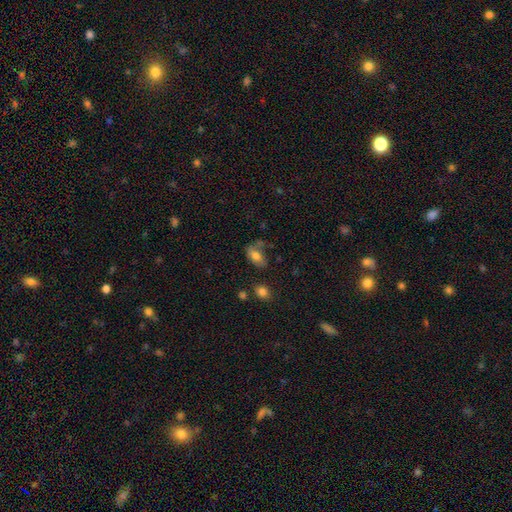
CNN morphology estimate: Smooth or featured? smooth (74%)
How rounded? in between (89%)
Merging? none (47%)